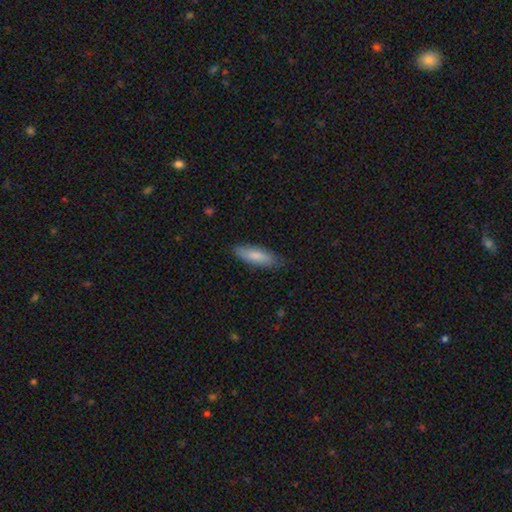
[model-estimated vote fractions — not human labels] Smooth or featured? smooth (82%)
How rounded? cigar-shaped (50%)
Merging? none (82%)